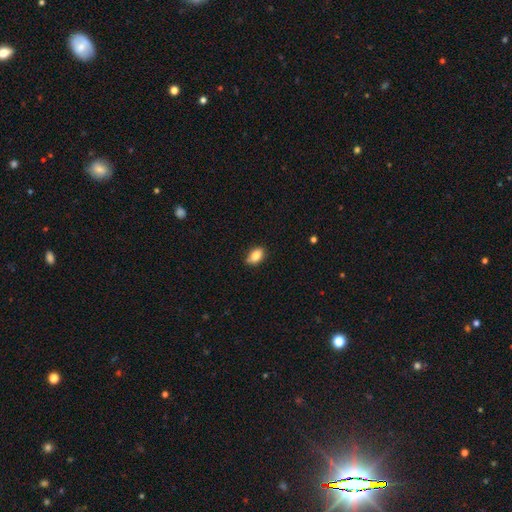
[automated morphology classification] Smooth or featured? Predicted: smooth (p=0.86). How rounded? Predicted: in between (p=0.89). Merging? Predicted: none (p=0.82).